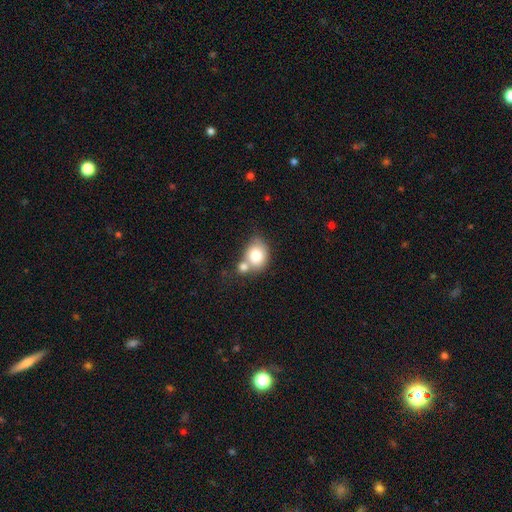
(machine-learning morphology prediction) type=smooth (79%); roundness=round (50%); merging=merger (48%).